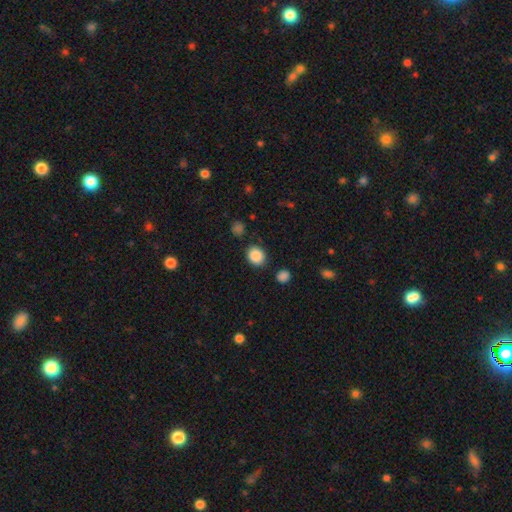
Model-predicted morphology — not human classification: Smooth or featured? Predicted: smooth (p=0.87). How rounded? Predicted: round (p=0.63). Merging? Predicted: none (p=0.83).